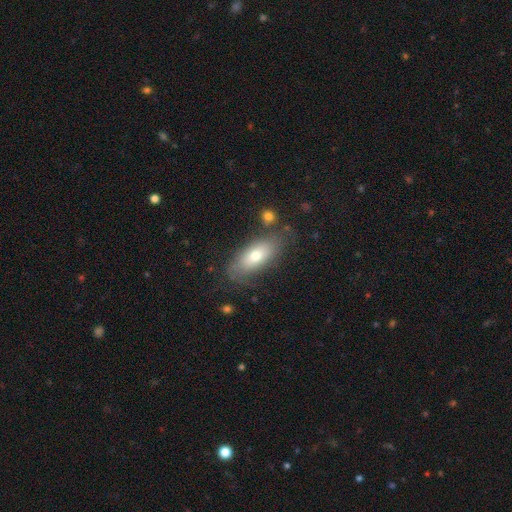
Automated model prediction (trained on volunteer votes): smooth 66%, featured or disk 26%, star or artifact 8%. Down the decision tree: how rounded — in between (82%); merging — none (70%).